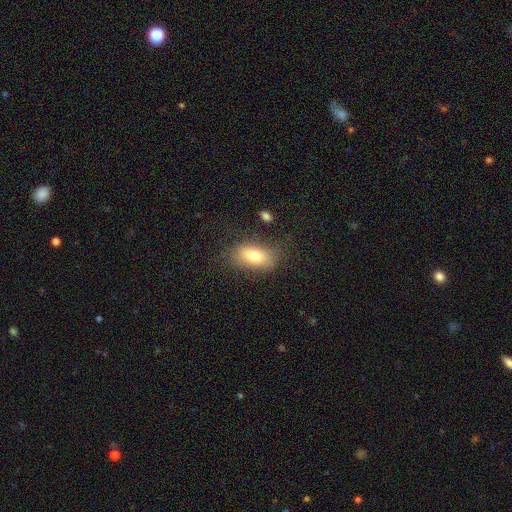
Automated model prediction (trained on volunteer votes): Morphology: type=smooth (76%); roundness=in between (88%); merging=none (74%).